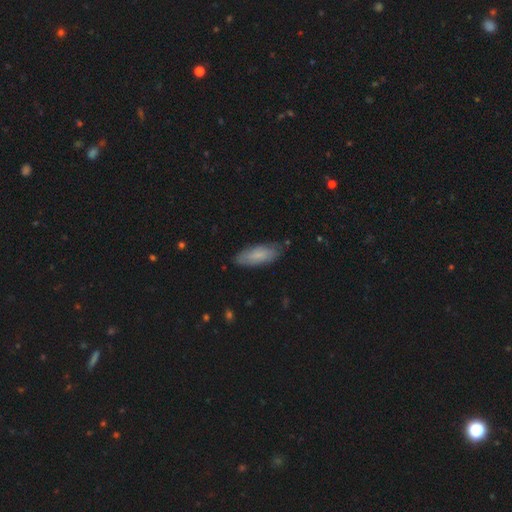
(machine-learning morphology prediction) A smooth galaxy with no disk features (75%) that is in between round and cigar-shaped (69%).

Vote fractions:
- Smooth or featured? smooth: 75% / featured or disk: 19% / star or artifact: 6%
- How rounded? in between: 69% / cigar-shaped: 30% / round: 2%
- Merging? none: 79% / minor disturbance: 17% / major disturbance: 3% / merger: 1%